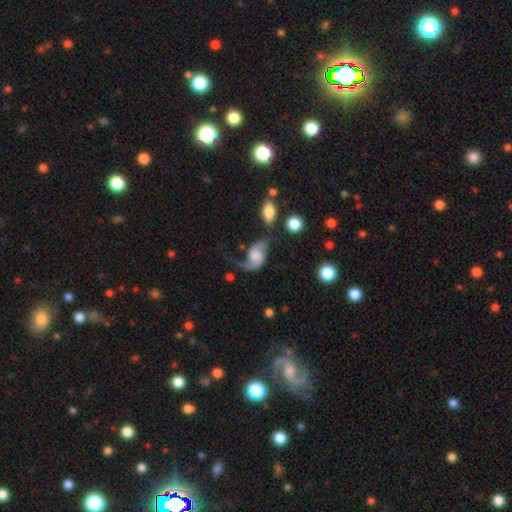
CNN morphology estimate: Overall: featured or disk (78%). Edge-on disk: no (97%). Bar: no (62%; weak 32%). Spiral arms: yes (94%). Spiral arm count: 2 (80%). Spiral winding: loose (71%). Bulge size: none (30%; large 24%). Merging: none (43%; major disturbance 25%).